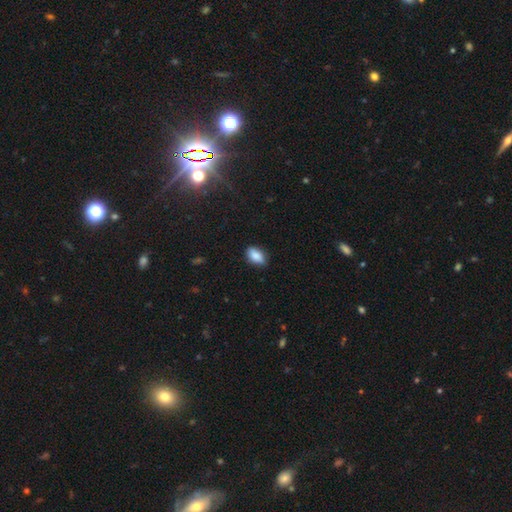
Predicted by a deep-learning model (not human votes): Smooth or featured?
  - smooth: 86% *
  - star or artifact: 7%
  - featured or disk: 7%
How rounded?
  - in between: 90% *
  - round: 6%
  - cigar-shaped: 4%
Merging?
  - none: 81% *
  - minor disturbance: 15%
  - major disturbance: 2%
  - merger: 1%